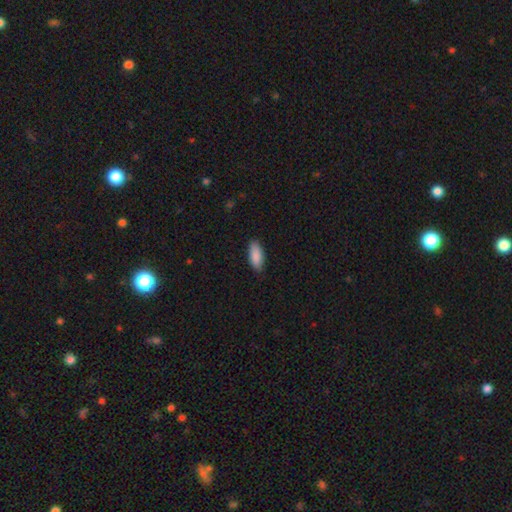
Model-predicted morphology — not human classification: A smooth galaxy with no disk features (90%) that is in between round and cigar-shaped (85%). Merging: none (86%).